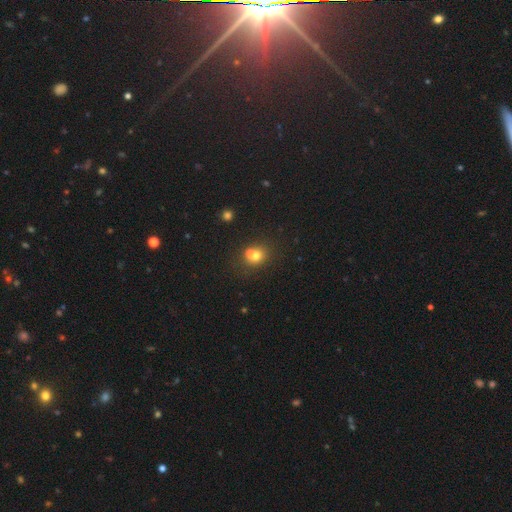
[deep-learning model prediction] Smooth or featured? smooth (67%)
How rounded? round (74%)
Merging? merger (49%)